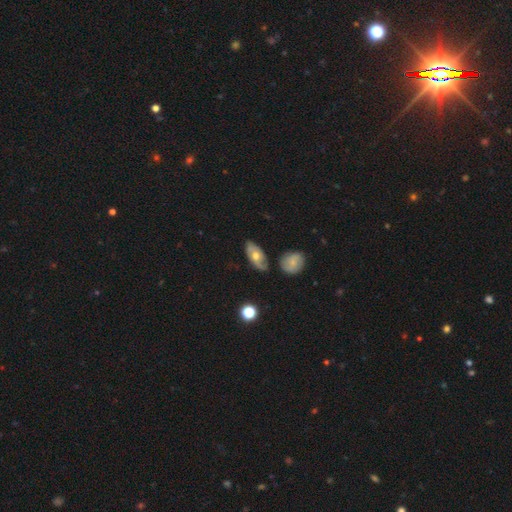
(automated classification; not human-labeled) featured or disk 50%, smooth 43%, star or artifact 7%. Down the decision tree: edge-on disk — no (81%); merging — none (66%).